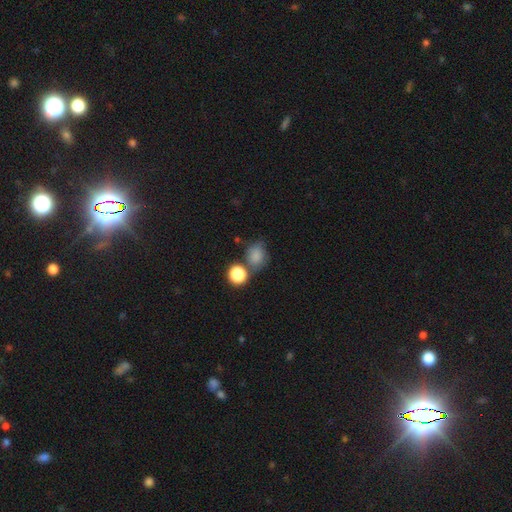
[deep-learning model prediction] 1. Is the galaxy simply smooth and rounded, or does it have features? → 78% smooth, 13% star or artifact, 10% featured or disk.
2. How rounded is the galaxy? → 62% round, 37% in between, 1% cigar-shaped.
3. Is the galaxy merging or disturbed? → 53% none, 20% minor disturbance, 18% merger, 8% major disturbance.